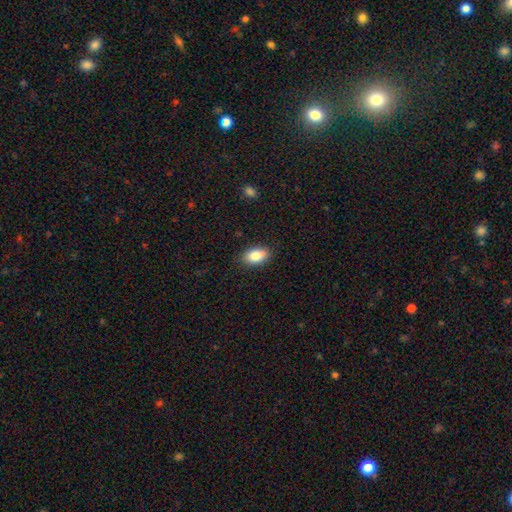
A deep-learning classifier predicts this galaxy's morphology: smooth 83%, featured or disk 9%, star or artifact 8%. Down the decision tree: how rounded — in between (89%); merging — none (85%).